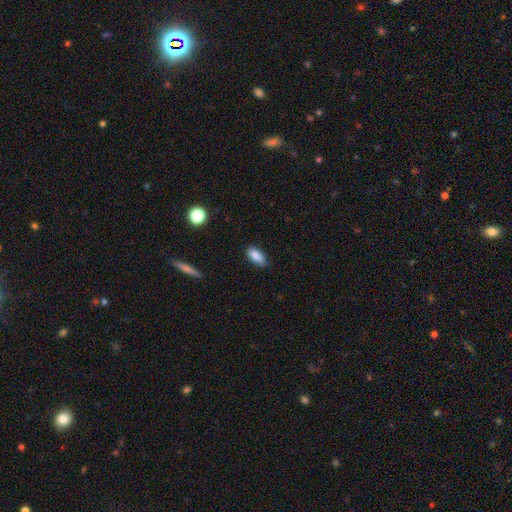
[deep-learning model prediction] This appears to be a smooth galaxy with no disk features (85%) that is in between round and cigar-shaped (85%). Merging: none (70%).